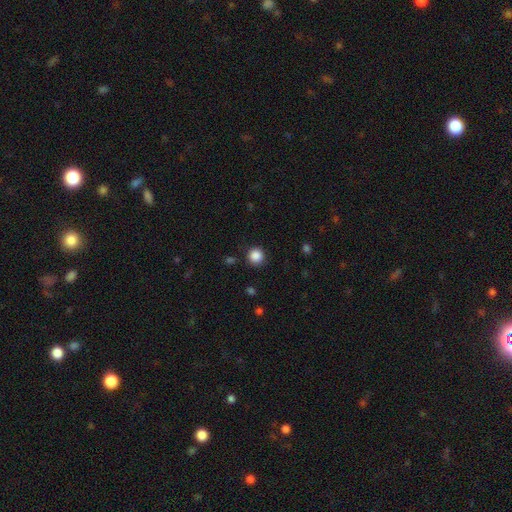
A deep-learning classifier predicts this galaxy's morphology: A smooth galaxy with no disk features (87%) that is round (95%).

Vote fractions:
- Smooth or featured? smooth: 87% / star or artifact: 11% / featured or disk: 3%
- How rounded? round: 95% / in between: 5% / cigar-shaped: 1%
- Merging? none: 90% / minor disturbance: 6% / major disturbance: 2% / merger: 1%